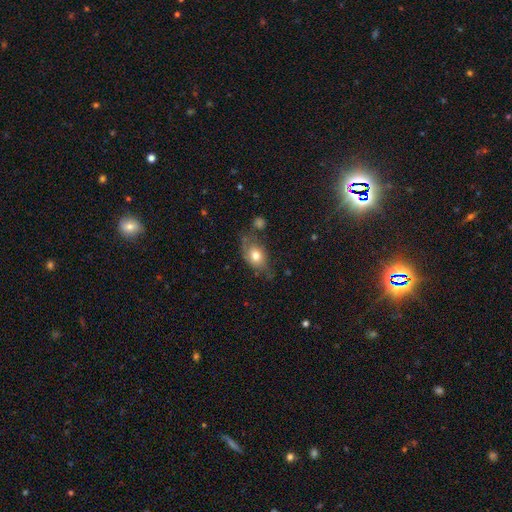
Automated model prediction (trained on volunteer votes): Smooth or featured?
  - smooth: 67% *
  - featured or disk: 24%
  - star or artifact: 9%
How rounded?
  - in between: 77% *
  - round: 20%
  - cigar-shaped: 3%
Merging?
  - none: 51% *
  - minor disturbance: 30%
  - major disturbance: 13%
  - merger: 6%